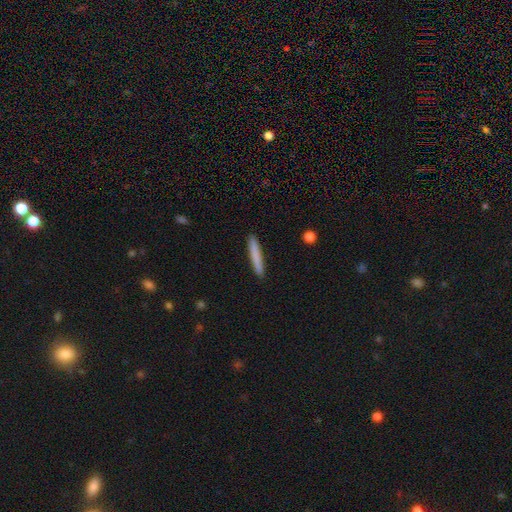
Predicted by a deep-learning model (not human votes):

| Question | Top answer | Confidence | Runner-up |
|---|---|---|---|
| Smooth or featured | smooth | 81% | featured or disk (14%) |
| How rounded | cigar-shaped | 95% | in between (4%) |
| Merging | none | 91% | minor disturbance (6%) |